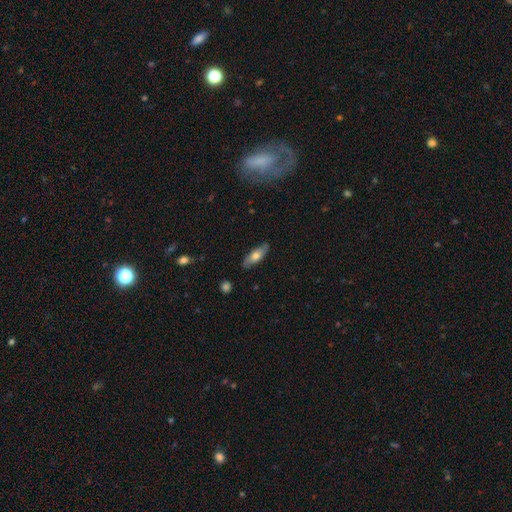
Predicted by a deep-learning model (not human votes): Morphology: type=smooth (61%); roundness=in between (61%); merging=none (83%).